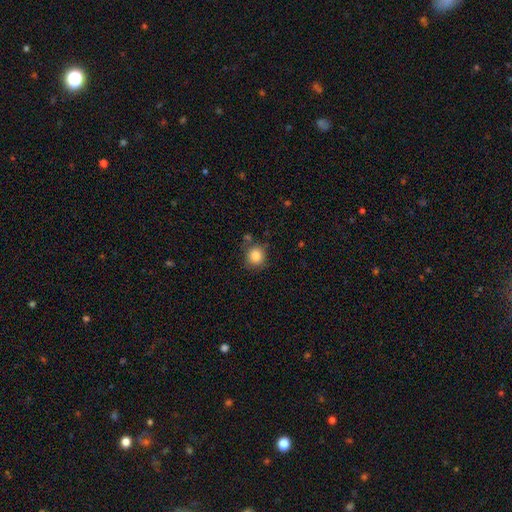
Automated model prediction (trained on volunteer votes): Smooth or featured: smooth — 83% (star or artifact — 10%)
How rounded: round — 90% (in between — 9%)
Merging: none — 79% (minor disturbance — 13%)